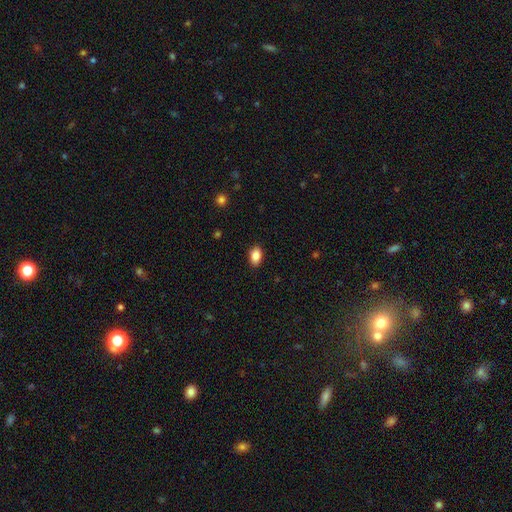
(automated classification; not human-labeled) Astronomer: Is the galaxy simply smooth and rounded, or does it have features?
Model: smooth — 87%.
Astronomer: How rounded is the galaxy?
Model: in between — 86%.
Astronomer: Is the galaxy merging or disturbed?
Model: none — 89%.